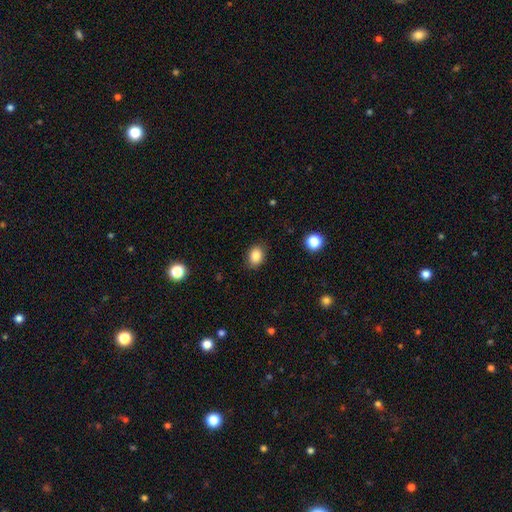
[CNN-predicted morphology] This is clearly a smooth galaxy (86%). How rounded: likely in between (63%). Merging: clearly none (85%).